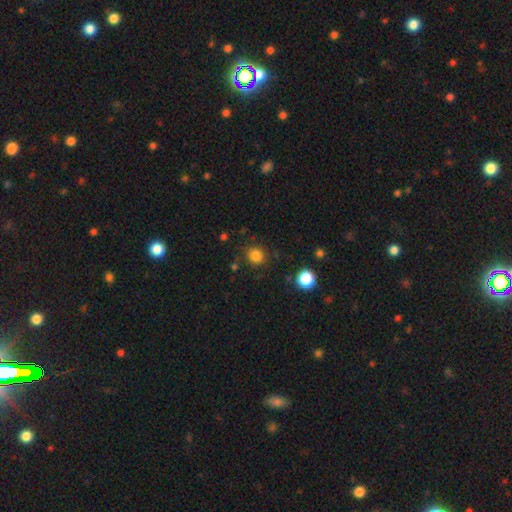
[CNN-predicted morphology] The model was most divided on "smooth or featured": smooth: 83%, star or artifact: 13%, featured or disk: 4%. More confident: how rounded — round (88%); merging — none (85%).